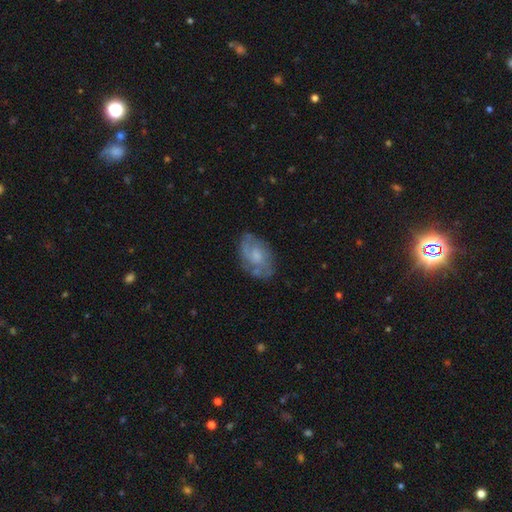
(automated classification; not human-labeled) featured or disk 59%, smooth 34%, star or artifact 7%. Down the decision tree: edge-on disk — no (96%); bar — no (67%); spiral arms — yes (74%); bulge size — moderate (39%); merging — none (67%).